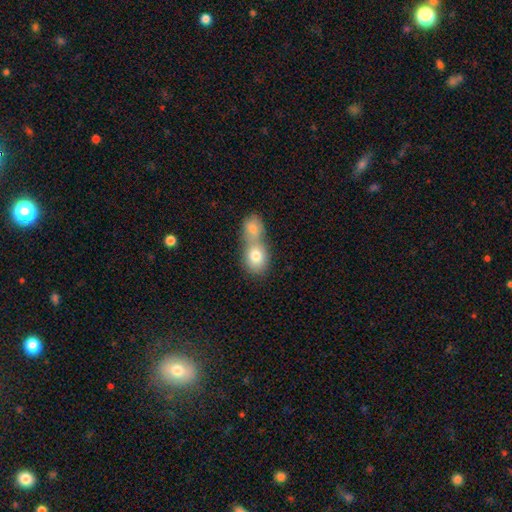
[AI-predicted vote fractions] smooth 79%, featured or disk 13%, star or artifact 8%. Down the decision tree: how rounded — round (52%); merging — merger (69%).